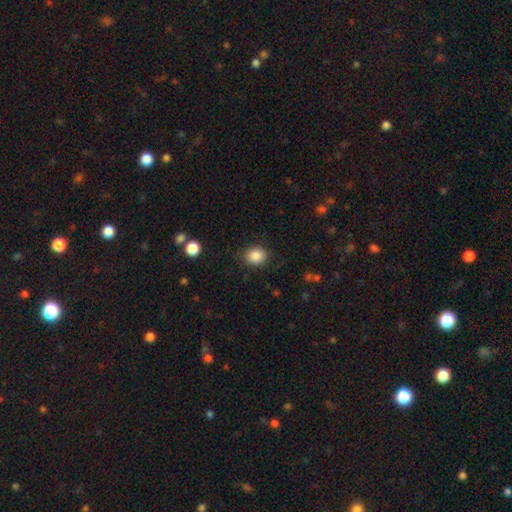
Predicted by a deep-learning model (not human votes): smooth_or_featured: smooth (p=0.87) [alt: star or artifact p=0.09]
how_rounded: round (p=0.61) [alt: in between p=0.38]
merging: none (p=0.86) [alt: minor disturbance p=0.10]